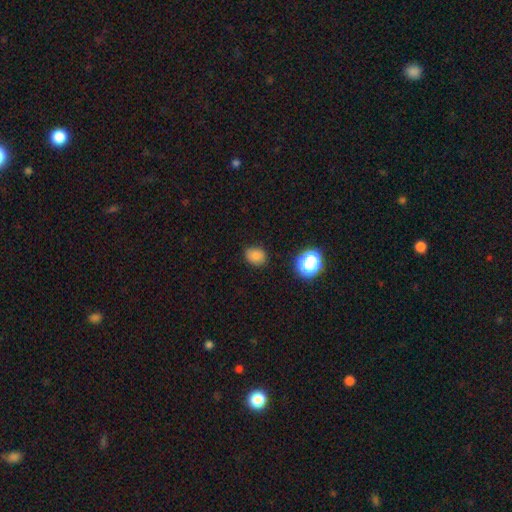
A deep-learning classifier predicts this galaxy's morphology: type=smooth (79%); roundness=round (51%); merging=none (83%).